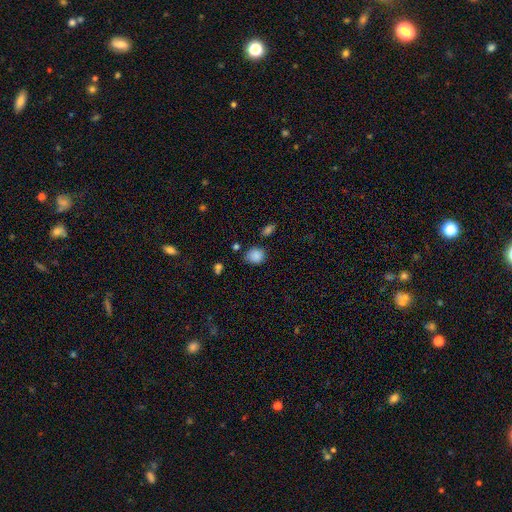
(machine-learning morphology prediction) This is clearly a smooth galaxy (86%). How rounded: likely round (77%). Merging: likely none (73%).